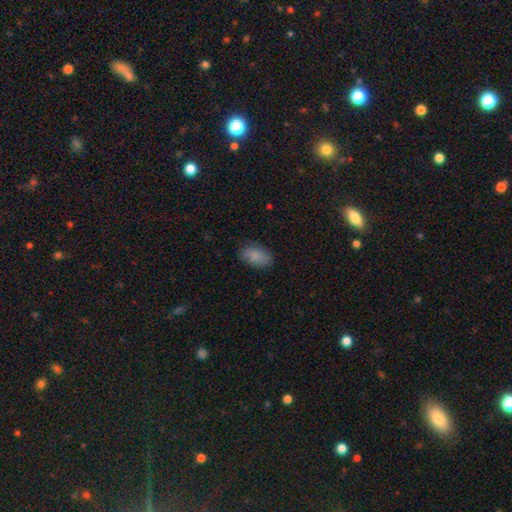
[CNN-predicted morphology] smooth_or_featured: smooth (p=0.85) [alt: featured or disk p=0.08]
how_rounded: in between (p=0.92) [alt: round p=0.06]
merging: none (p=0.80) [alt: minor disturbance p=0.15]